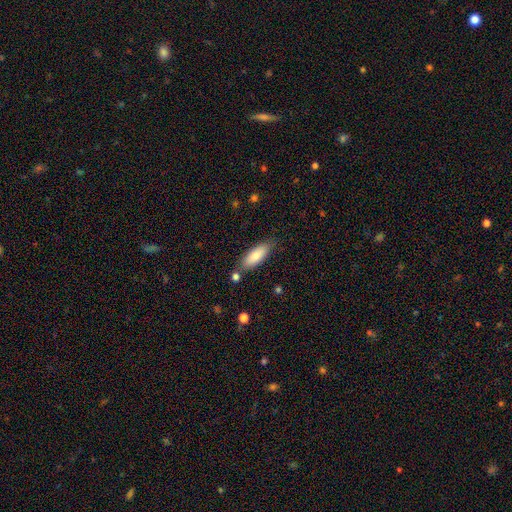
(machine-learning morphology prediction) Smooth or featured? smooth (80%)
How rounded? in between (65%)
Merging? none (78%)